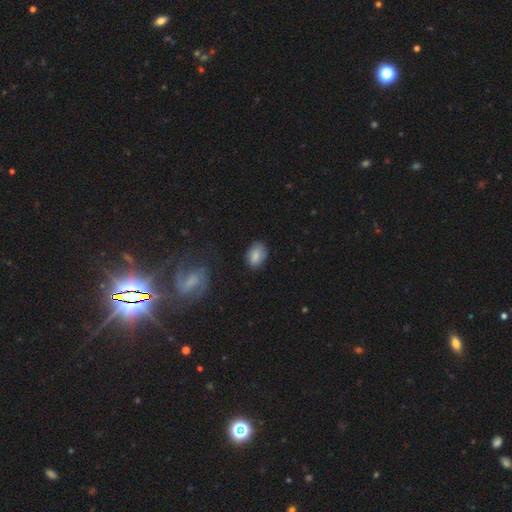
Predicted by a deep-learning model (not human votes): Smooth or featured: smooth — 81% (featured or disk — 11%)
How rounded: in between — 85% (round — 14%)
Merging: none — 77% (minor disturbance — 17%)